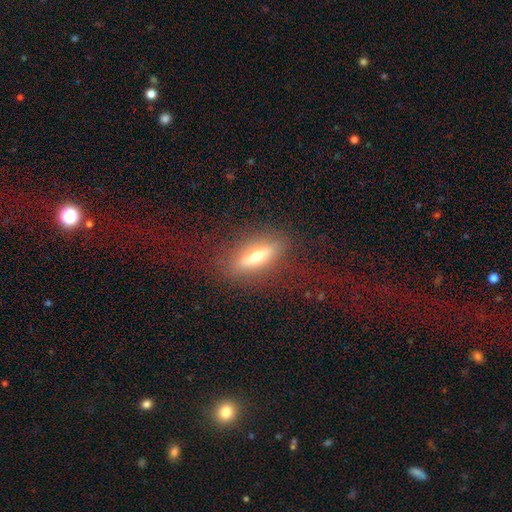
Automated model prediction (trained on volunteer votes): smooth_or_featured: smooth (p=0.47) [alt: featured or disk p=0.45]
merging: none (p=0.84) [alt: minor disturbance p=0.10]